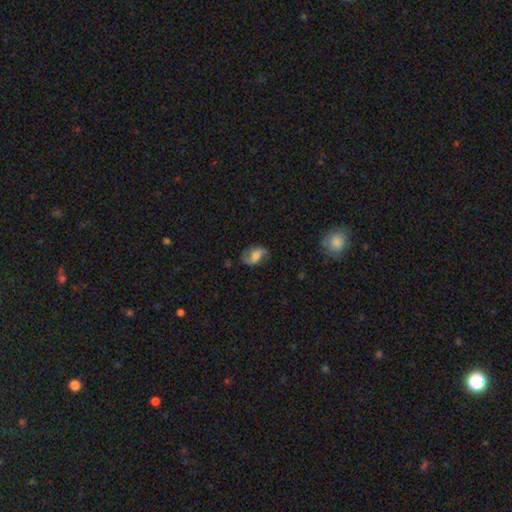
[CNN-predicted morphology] The model was most divided on "bar": weak: 42%, no: 39%, strong: 19%. Remaining: edge-on disk — no (96%); spiral arms — yes (90%); spiral arm count — 2 (89%); merging — none (72%); smooth or featured — featured or disk (62%); spiral winding — loose (59%); bulge size — moderate (43%).